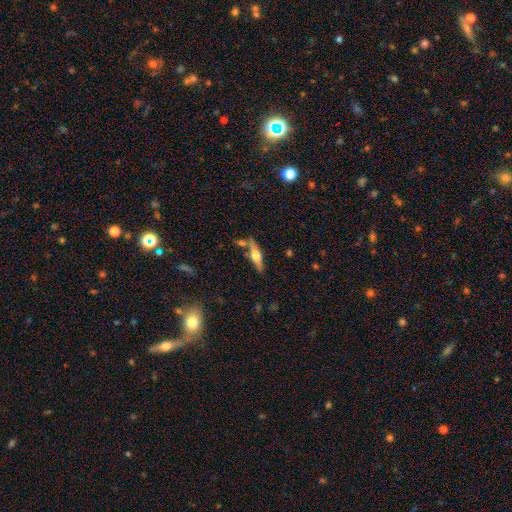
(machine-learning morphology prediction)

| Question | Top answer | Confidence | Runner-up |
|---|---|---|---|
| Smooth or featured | featured or disk | 62% | smooth (31%) |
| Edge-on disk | yes | 94% | no (6%) |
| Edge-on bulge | rounded | 94% | boxy (4%) |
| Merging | none | 71% | minor disturbance (13%) |